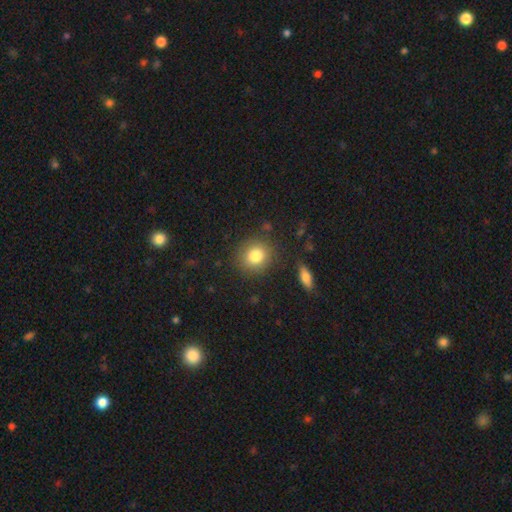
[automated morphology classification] Q: Smooth or featured?
A: smooth (82%); runner-up: star or artifact (10%)
Q: How rounded?
A: round (83%); runner-up: in between (15%)
Q: Merging?
A: none (85%); runner-up: minor disturbance (9%)